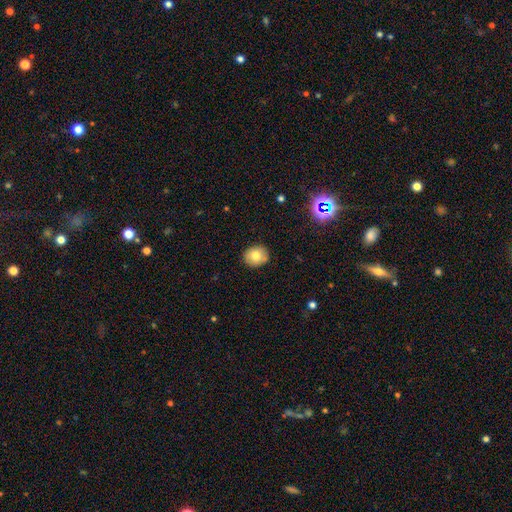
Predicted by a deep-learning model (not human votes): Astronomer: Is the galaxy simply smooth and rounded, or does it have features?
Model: smooth — 77%.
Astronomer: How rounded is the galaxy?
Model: round — 67%.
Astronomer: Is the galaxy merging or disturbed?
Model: none — 86%.